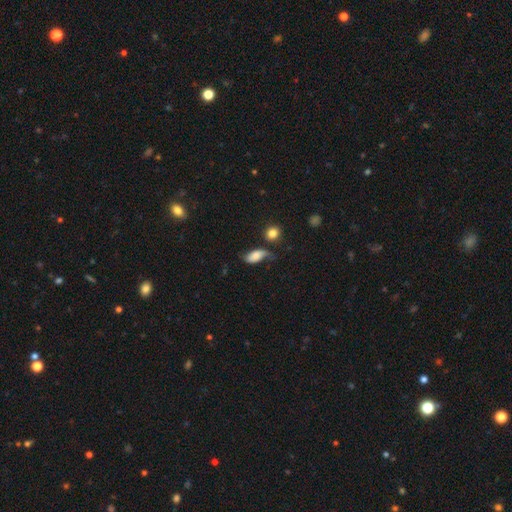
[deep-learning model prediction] The model was most divided on "merging": none: 44%, minor disturbance: 31%, major disturbance: 17%, merger: 7%. More confident: how rounded — in between (86%); smooth or featured — smooth (62%).